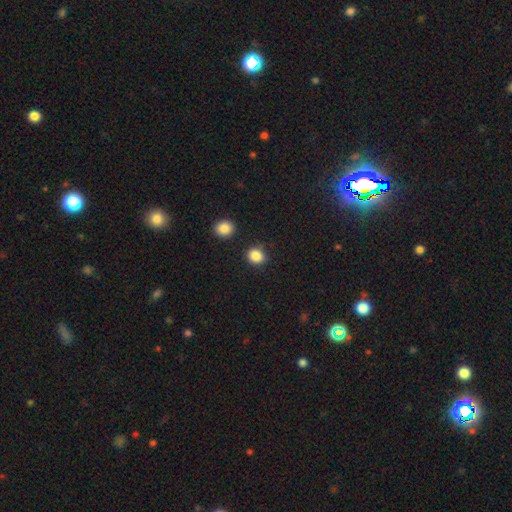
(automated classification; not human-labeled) Overall: smooth (87%). How rounded: round (69%; in between 30%). Merging: none (82%).